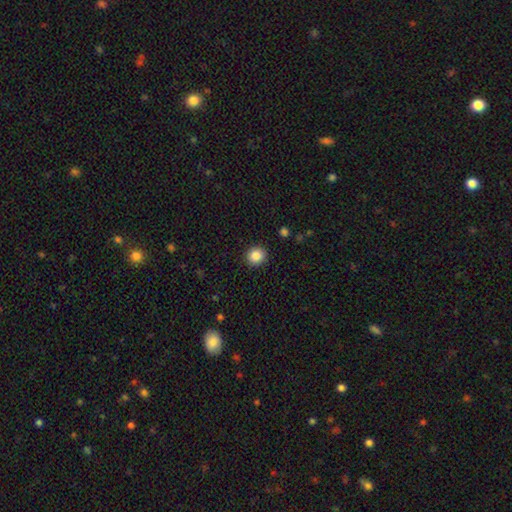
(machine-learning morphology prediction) Smooth or featured? Predicted: smooth (p=0.87). How rounded? Predicted: round (p=0.87). Merging? Predicted: none (p=0.91).